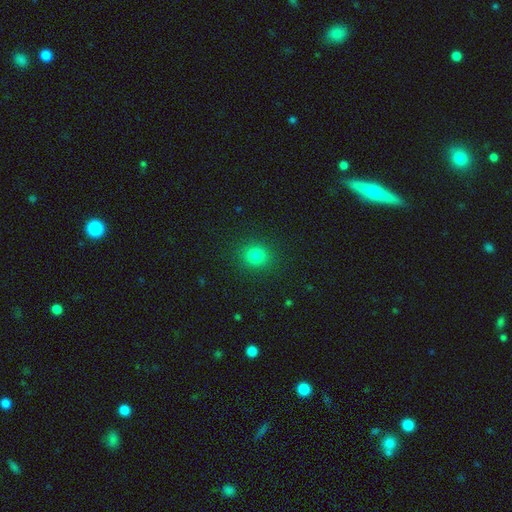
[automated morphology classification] type=smooth (81%); roundness=round (84%); merging=none (90%).